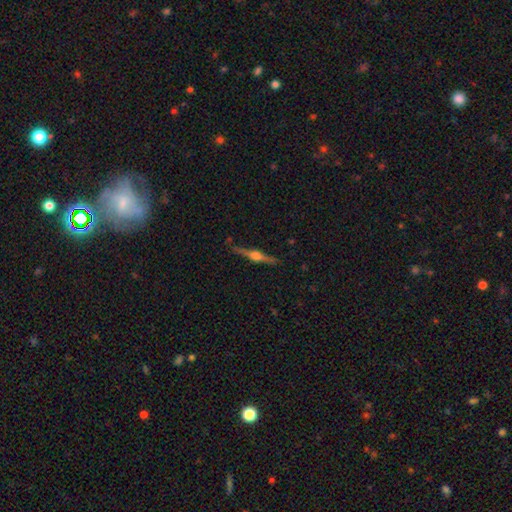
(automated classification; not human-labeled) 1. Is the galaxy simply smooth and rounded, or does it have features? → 81% featured or disk, 13% smooth, 6% star or artifact.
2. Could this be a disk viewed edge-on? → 98% yes, 2% no.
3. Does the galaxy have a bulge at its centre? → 92% rounded, 6% boxy, 2% none.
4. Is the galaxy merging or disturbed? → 89% none, 8% minor disturbance, 2% major disturbance, 1% merger.